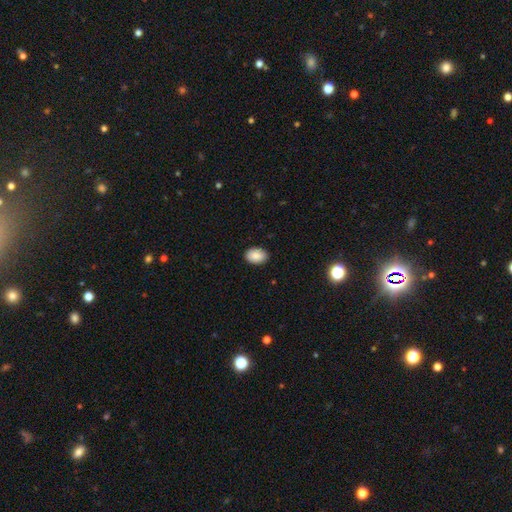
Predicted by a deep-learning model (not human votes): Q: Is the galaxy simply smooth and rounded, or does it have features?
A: smooth — 89%.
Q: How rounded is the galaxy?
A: in between — 86%.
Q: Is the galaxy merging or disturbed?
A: none — 89%.